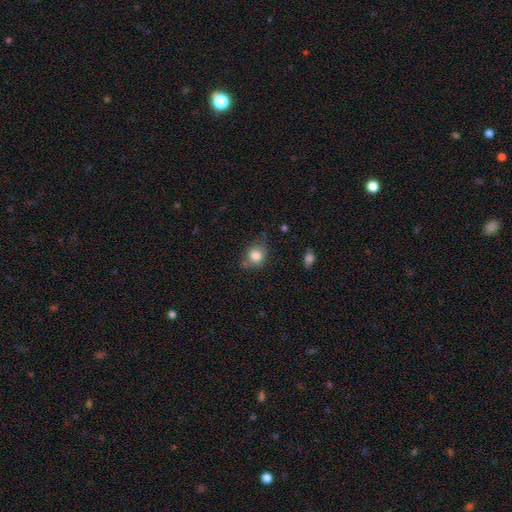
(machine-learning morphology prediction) Smooth or featured: smooth — 81% (star or artifact — 10%)
How rounded: round — 75% (in between — 24%)
Merging: none — 66% (minor disturbance — 23%)